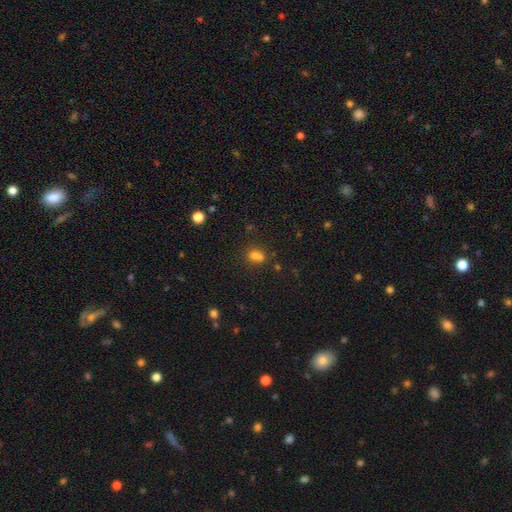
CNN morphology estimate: smooth 67%, star or artifact 19%, featured or disk 14%. Down the decision tree: how rounded — round (72%); merging — merger (51%).